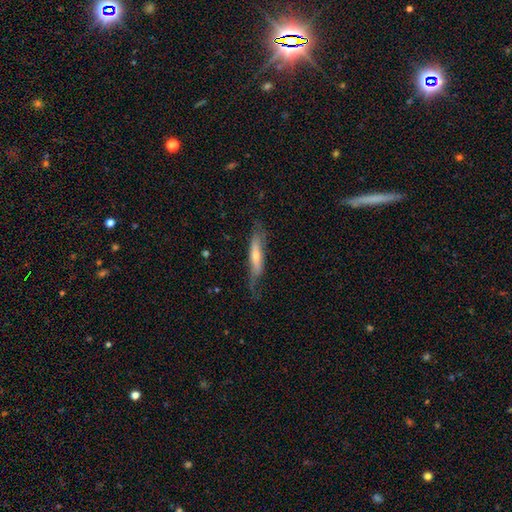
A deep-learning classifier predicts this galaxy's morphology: smooth-or-featured: featured or disk: 55% | smooth: 38% | star or artifact: 6%
  disk-edge-on: yes: 72% | no: 28%
  merging: none: 64% | minor disturbance: 24% | major disturbance: 10% | merger: 2%